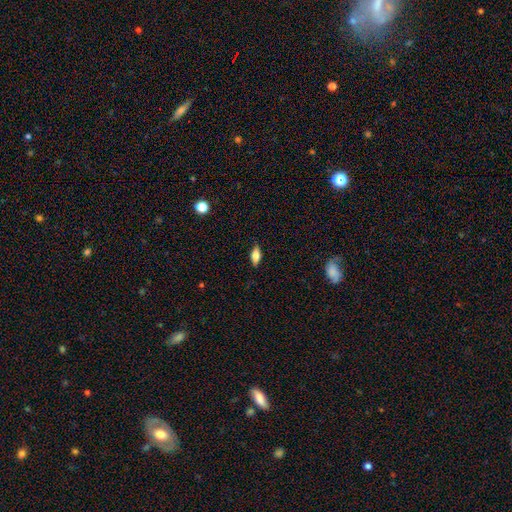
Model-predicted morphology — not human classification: This is likely a smooth galaxy (63%). How rounded: likely in between (78%). Merging: clearly none (84%).